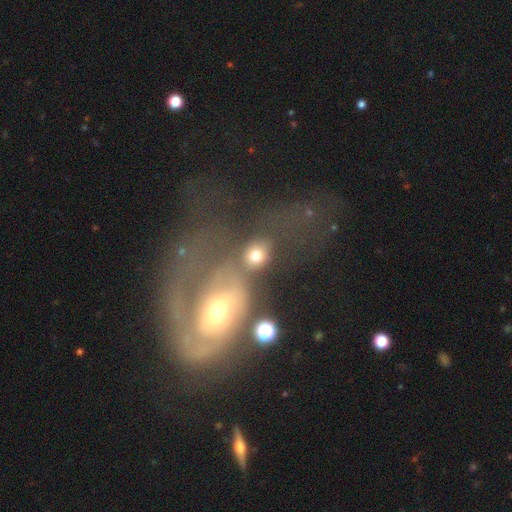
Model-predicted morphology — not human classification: smooth_or_featured: smooth (p=0.73) [alt: star or artifact p=0.14]
how_rounded: round (p=0.54) [alt: in between p=0.44]
merging: none (p=0.55) [alt: merger p=0.22]